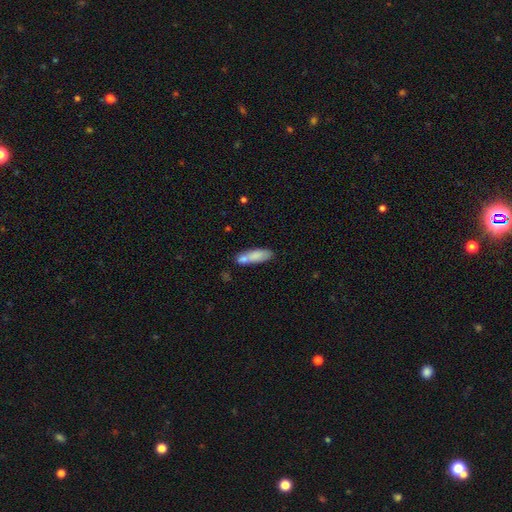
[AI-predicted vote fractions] Smooth or featured?
  - smooth: 79% *
  - featured or disk: 14%
  - star or artifact: 7%
How rounded?
  - cigar-shaped: 49% * (tied)
  - in between: 49% * (tied)
  - round: 2%
Merging?
  - none: 51% *
  - merger: 26%
  - minor disturbance: 18%
  - major disturbance: 5%